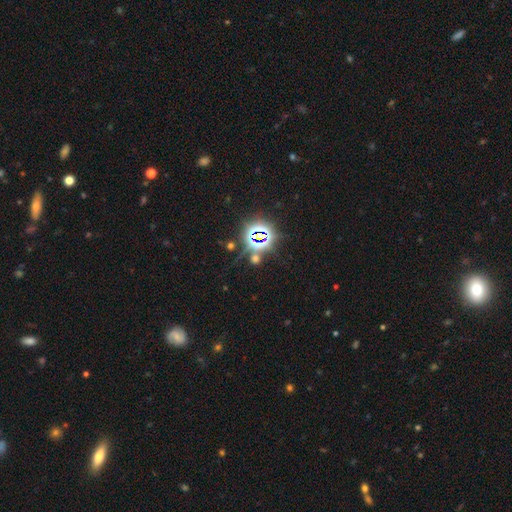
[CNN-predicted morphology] Q: Smooth or featured?
A: star or artifact (79%); runner-up: smooth (13%)